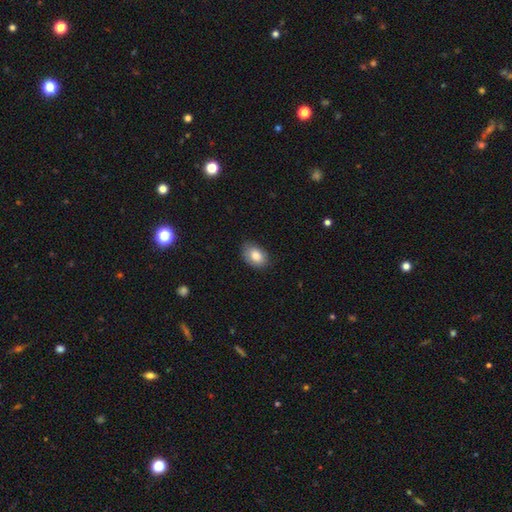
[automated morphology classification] This appears to be a smooth galaxy with no disk features (82%) that is in between round and cigar-shaped (84%). Merging: none (79%).